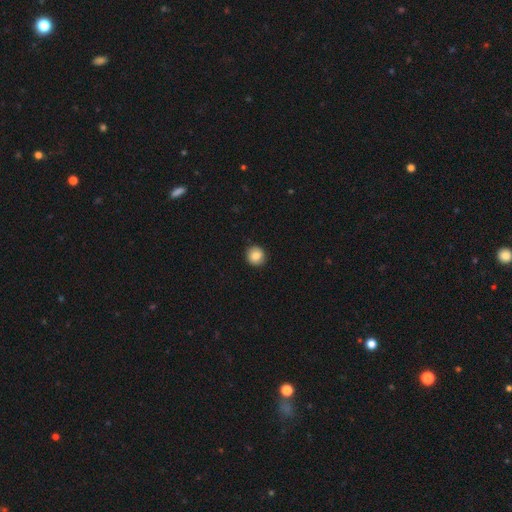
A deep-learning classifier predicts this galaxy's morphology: Smooth or featured? smooth (85%)
How rounded? round (93%)
Merging? none (90%)